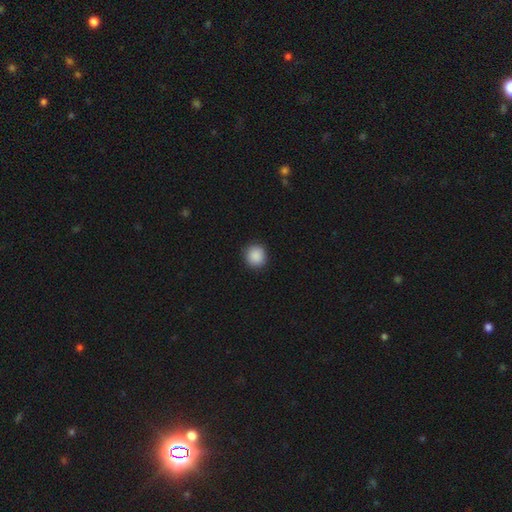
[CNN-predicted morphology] This appears to be a smooth galaxy with no disk features (89%) that is round (92%). Merging: none (91%).